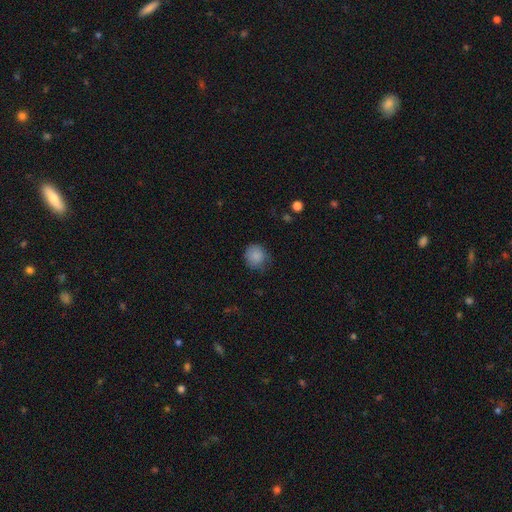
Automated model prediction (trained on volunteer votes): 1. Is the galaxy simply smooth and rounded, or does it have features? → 86% smooth, 9% star or artifact, 5% featured or disk.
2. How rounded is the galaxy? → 87% round, 12% in between, 1% cigar-shaped.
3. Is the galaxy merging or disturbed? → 72% none, 22% minor disturbance, 5% major disturbance, 1% merger.